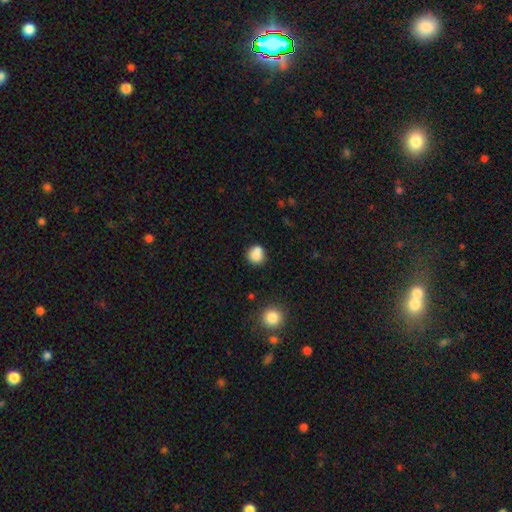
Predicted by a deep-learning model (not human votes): This appears to be a smooth galaxy with no disk features (82%) that is round (79%). Merging: none (60%).